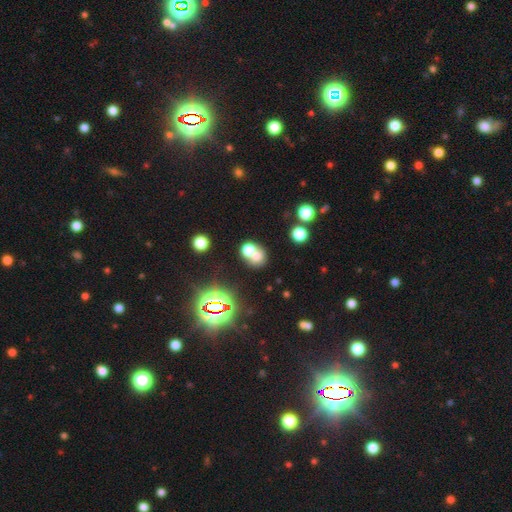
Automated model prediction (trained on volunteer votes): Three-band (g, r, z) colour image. It shows a smooth galaxy with no disk features (62%) that is round (69%). Merging: merger (54%).